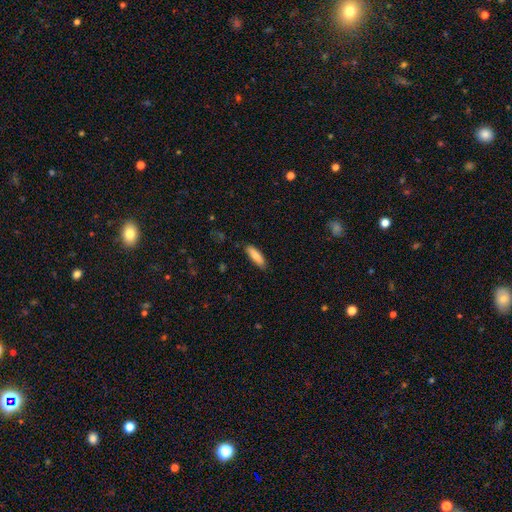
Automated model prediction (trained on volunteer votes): Overall: smooth (83%). How rounded: cigar-shaped (53%; in between 45%). Merging: none (85%).